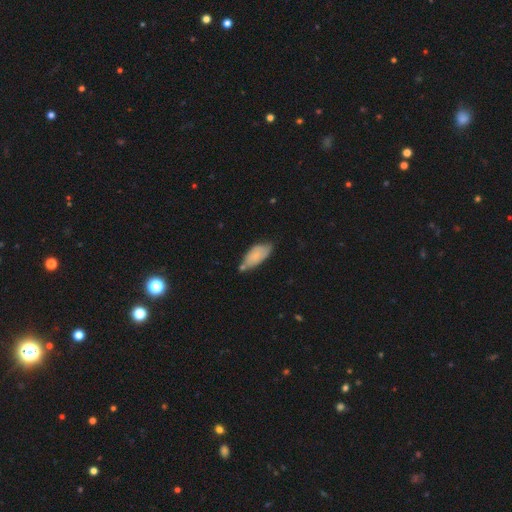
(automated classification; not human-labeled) smooth_or_featured: smooth (p=0.70) [alt: featured or disk p=0.23]
how_rounded: in between (p=0.84) [alt: cigar-shaped p=0.14]
merging: none (p=0.50) [alt: minor disturbance p=0.30]